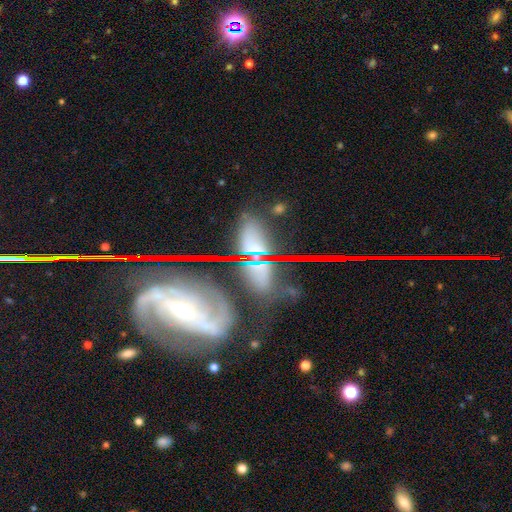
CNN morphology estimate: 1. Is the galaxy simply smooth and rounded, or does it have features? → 42% featured or disk, 29% star or artifact, 29% smooth.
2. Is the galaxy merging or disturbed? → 67% none, 18% minor disturbance, 9% major disturbance, 6% merger.